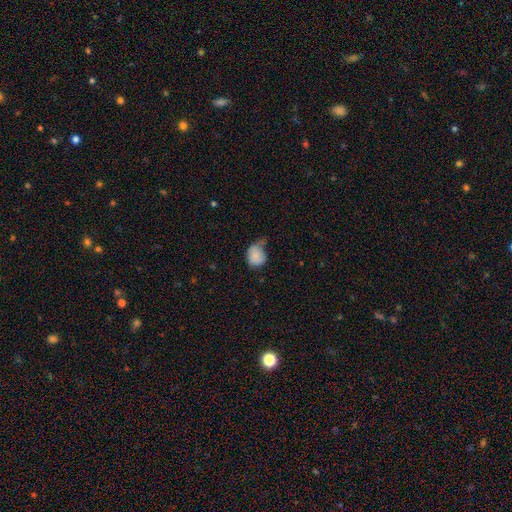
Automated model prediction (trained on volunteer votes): smooth 82%, featured or disk 10%, star or artifact 8%. Down the decision tree: how rounded — round (64%); merging — minor disturbance (42%).